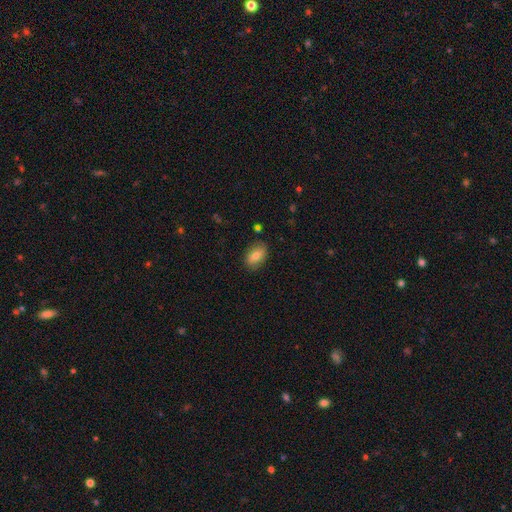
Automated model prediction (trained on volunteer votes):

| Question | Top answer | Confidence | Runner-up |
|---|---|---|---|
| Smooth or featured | smooth | 74% | featured or disk (18%) |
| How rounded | in between | 87% | round (10%) |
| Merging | none | 84% | minor disturbance (12%) |